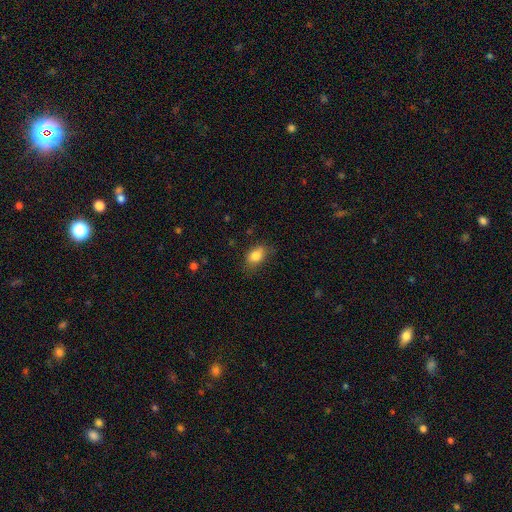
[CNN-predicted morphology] The model was most divided on "merging": none: 68%, minor disturbance: 24%, major disturbance: 6%, merger: 2%. More confident: smooth or featured — smooth (82%); how rounded — in between (81%).